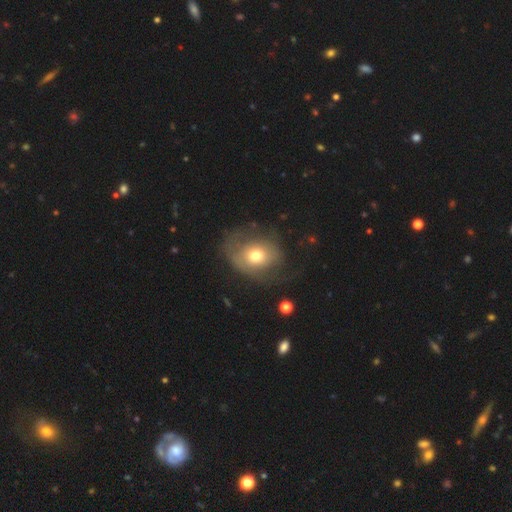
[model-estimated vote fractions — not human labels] smooth 55%, featured or disk 36%, star or artifact 9%. Down the decision tree: how rounded — round (53%); merging — none (42%).